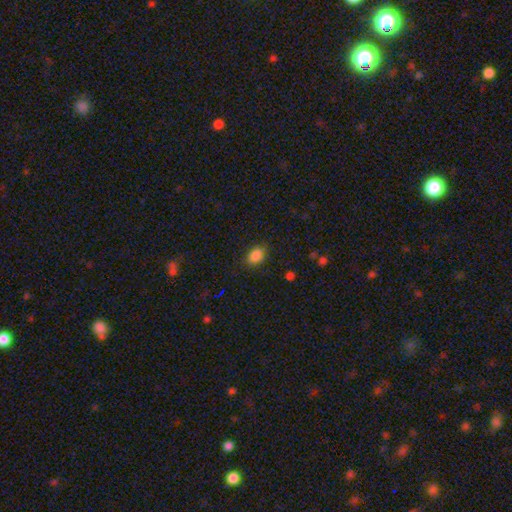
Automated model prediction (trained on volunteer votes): The model was most divided on "how rounded": in between: 76%, round: 22%, cigar-shaped: 1%. More confident: smooth or featured — smooth (85%); merging — none (81%).